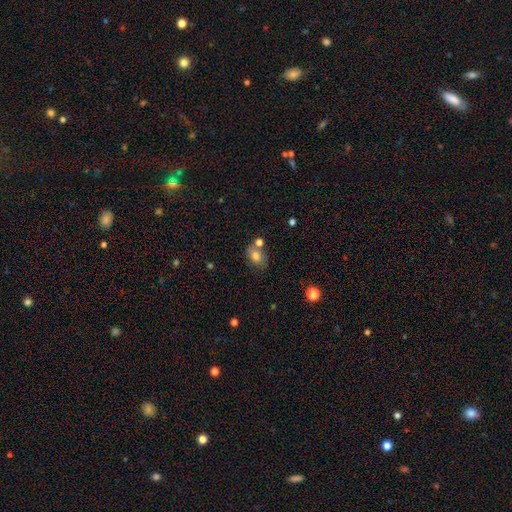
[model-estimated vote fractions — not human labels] This appears to be a smooth galaxy with no disk features (74%) that is in between round and cigar-shaped (70%). Merging: none (56%).